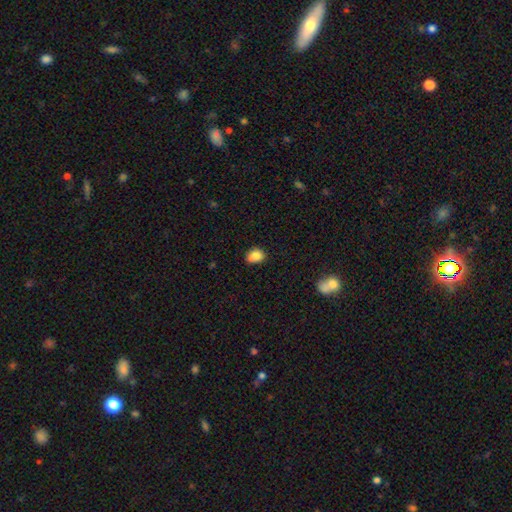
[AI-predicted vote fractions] Smooth or featured?
  - smooth: 85% *
  - star or artifact: 10%
  - featured or disk: 5%
How rounded?
  - in between: 50% *
  - round: 49%
  - cigar-shaped: 1%
Merging?
  - none: 72% *
  - minor disturbance: 23%
  - major disturbance: 3%
  - merger: 2%